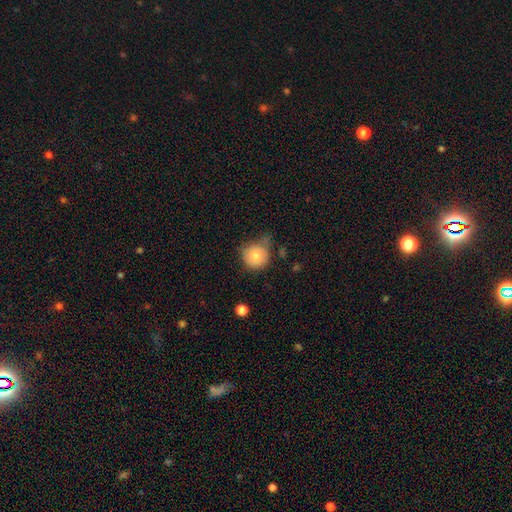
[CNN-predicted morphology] type=smooth (80%); roundness=round (92%); merging=none (60%).